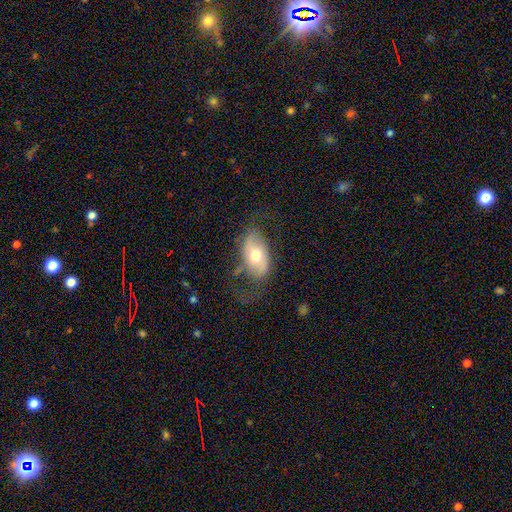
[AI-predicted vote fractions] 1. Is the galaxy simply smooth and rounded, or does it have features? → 47% featured or disk, 46% smooth, 7% star or artifact.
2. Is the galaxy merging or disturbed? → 49% none, 26% minor disturbance, 23% major disturbance, 2% merger.